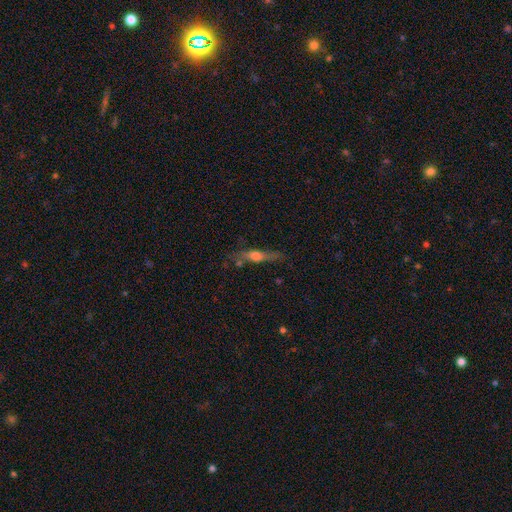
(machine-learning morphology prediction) type=featured or disk (56%); edge-on=yes (89%); edge-on bulge=rounded (83%); merging=none (70%).